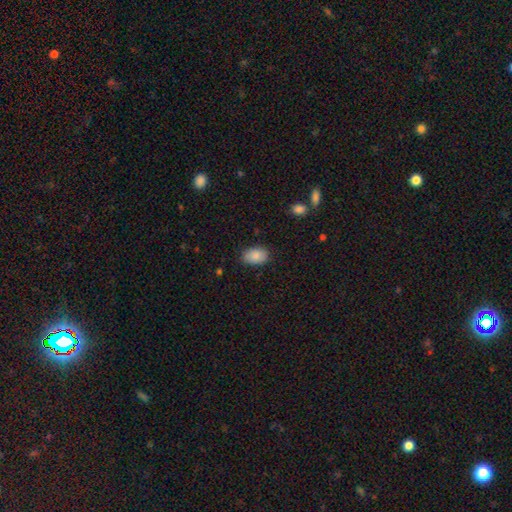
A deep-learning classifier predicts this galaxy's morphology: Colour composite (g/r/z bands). It shows a smooth galaxy with no disk features (86%) that is in between round and cigar-shaped (87%). Merging: none (82%).